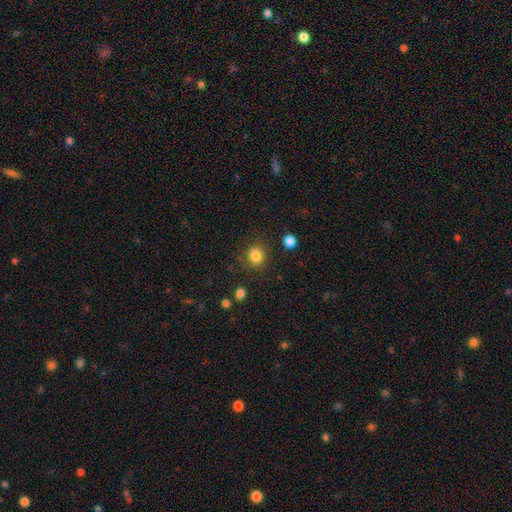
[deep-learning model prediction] This appears to be a smooth galaxy with no disk features (84%) that is round (84%). Merging: none (85%).